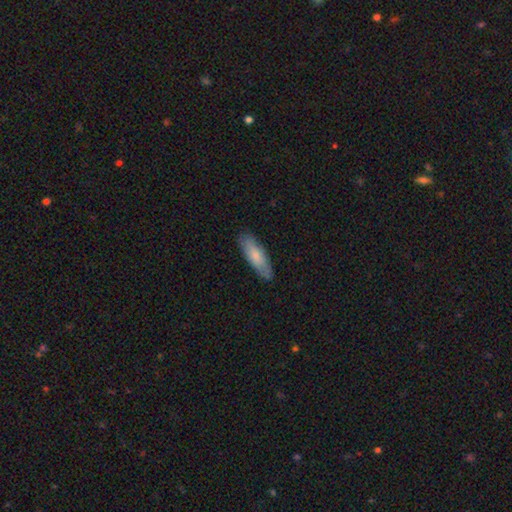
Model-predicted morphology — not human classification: Smooth or featured? smooth (74%)
How rounded? cigar-shaped (50%)
Merging? none (85%)